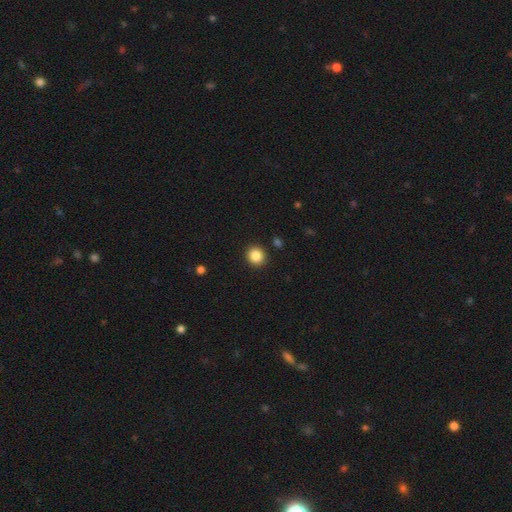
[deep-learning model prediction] Q: Smooth or featured?
A: smooth (86%); runner-up: star or artifact (10%)
Q: How rounded?
A: round (89%); runner-up: in between (10%)
Q: Merging?
A: none (91%); runner-up: minor disturbance (6%)